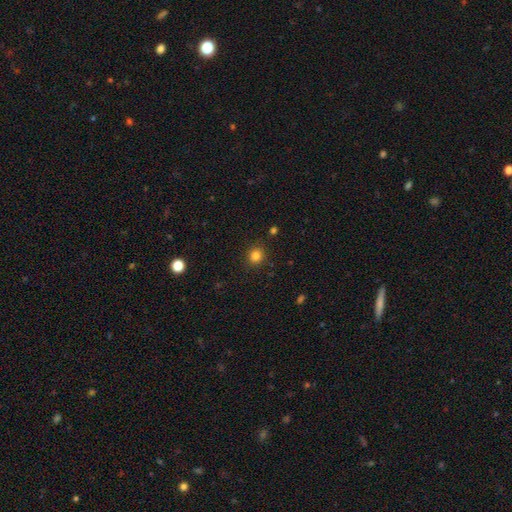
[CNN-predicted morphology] smooth-or-featured: smooth: 82% | star or artifact: 13% | featured or disk: 5%
  how-rounded: round: 87% | in between: 12% | cigar-shaped: 1%
  merging: none: 89% | minor disturbance: 7% | major disturbance: 2% | merger: 1%